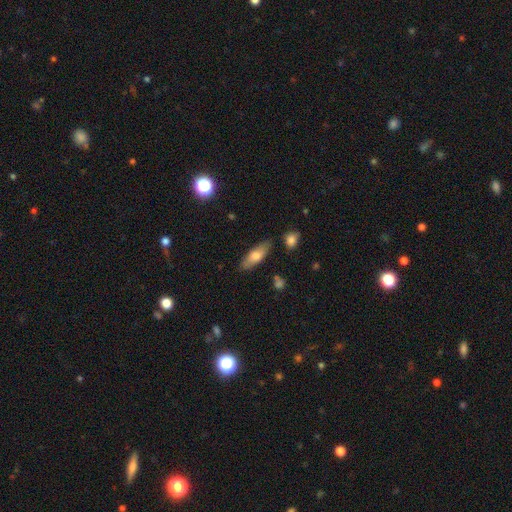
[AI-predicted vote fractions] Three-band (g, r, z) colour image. It shows a smooth galaxy with no disk features (69%) that is in between round and cigar-shaped (60%). Merging: none (82%).